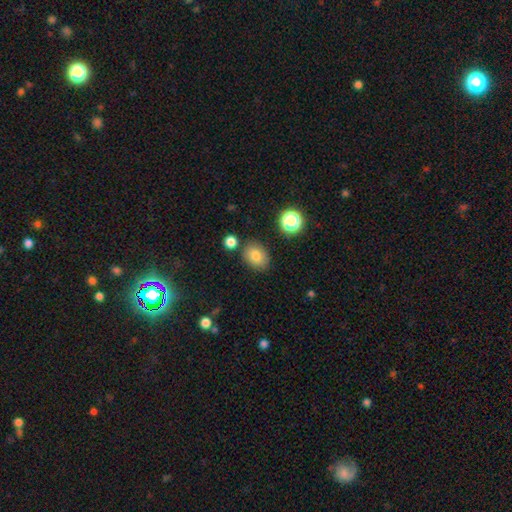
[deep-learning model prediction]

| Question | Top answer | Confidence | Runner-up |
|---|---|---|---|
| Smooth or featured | smooth | 78% | star or artifact (11%) |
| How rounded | in between | 62% | round (37%) |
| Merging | none | 81% | minor disturbance (11%) |